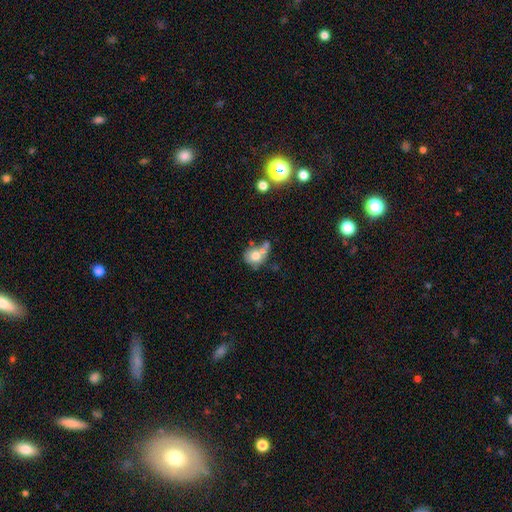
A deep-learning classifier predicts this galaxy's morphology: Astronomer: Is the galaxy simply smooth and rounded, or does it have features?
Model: smooth — 68%.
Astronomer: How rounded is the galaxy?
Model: round — 69%.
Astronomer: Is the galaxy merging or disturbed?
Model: merger — 44% (runner-up: none, 30%).